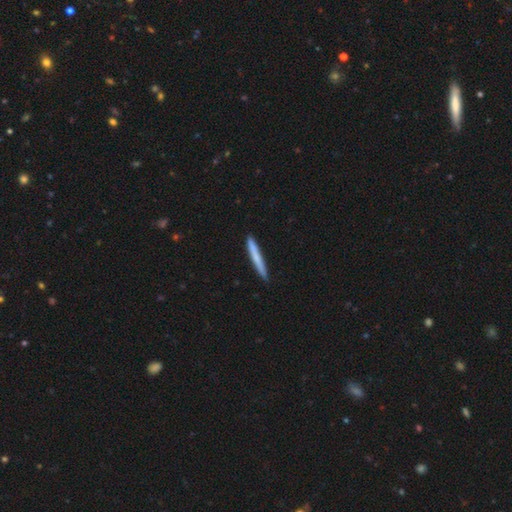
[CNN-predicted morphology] The model was most divided on "smooth or featured": smooth: 70%, featured or disk: 25%, star or artifact: 5%. More confident: how rounded — cigar-shaped (97%); merging — none (90%).